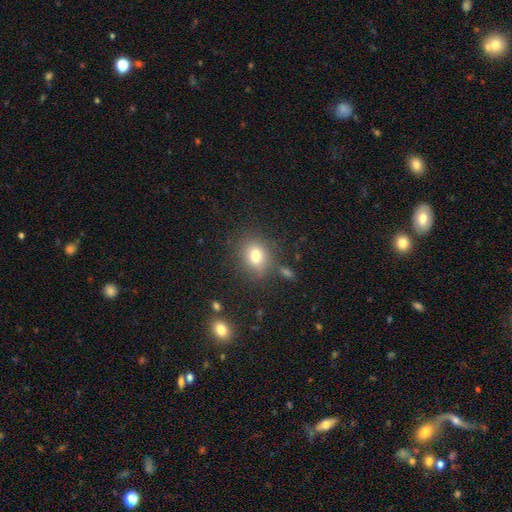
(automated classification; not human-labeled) Q: Smooth or featured?
A: smooth (77%); runner-up: star or artifact (13%)
Q: How rounded?
A: round (60%); runner-up: in between (39%)
Q: Merging?
A: none (79%); runner-up: minor disturbance (13%)